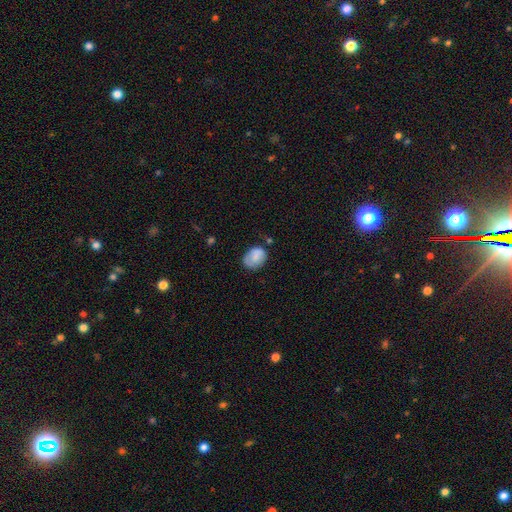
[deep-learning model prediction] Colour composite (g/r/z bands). It shows a smooth galaxy with no disk features (76%) that is in between round and cigar-shaped (63%). Merging: none (61%).